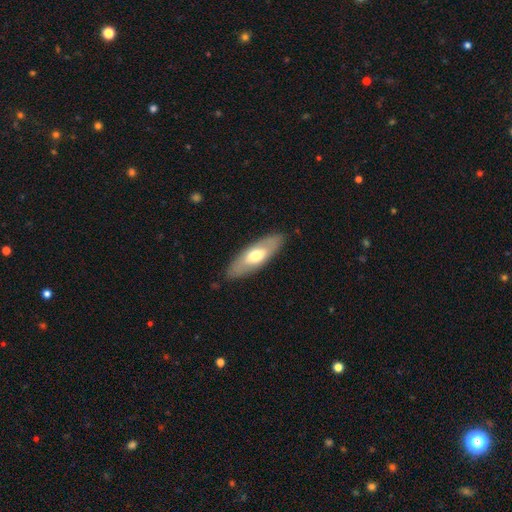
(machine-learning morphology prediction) Smooth or featured: smooth — 56% (featured or disk — 39%)
How rounded: in between — 67% (cigar-shaped — 31%)
Merging: none — 86% (minor disturbance — 10%)